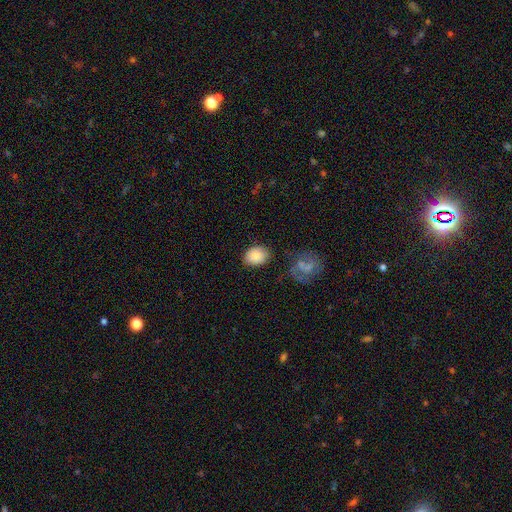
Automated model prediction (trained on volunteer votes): Smooth or featured? Predicted: smooth (p=0.85). How rounded? Predicted: in between (p=0.61). Merging? Predicted: none (p=0.74).